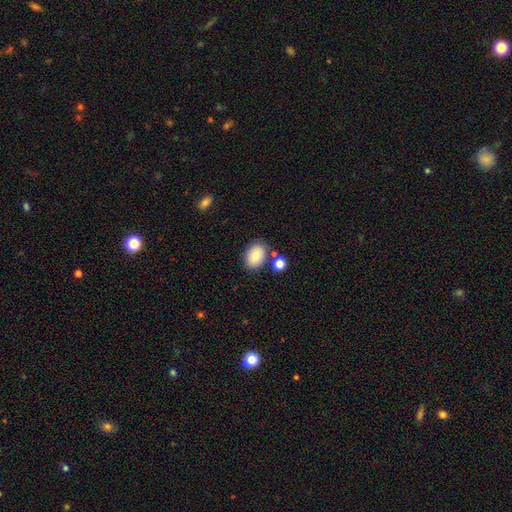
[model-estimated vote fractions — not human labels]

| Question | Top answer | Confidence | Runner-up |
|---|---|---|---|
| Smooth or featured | smooth | 79% | featured or disk (12%) |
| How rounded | in between | 74% | round (25%) |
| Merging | none | 78% | minor disturbance (11%) |